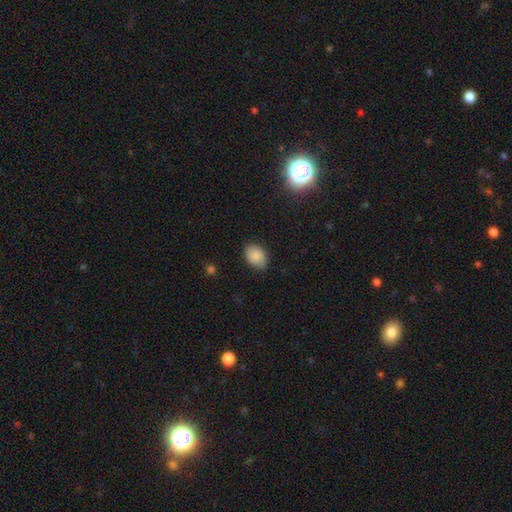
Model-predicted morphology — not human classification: Overall: smooth (84%). How rounded: in between (78%). Merging: none (78%).